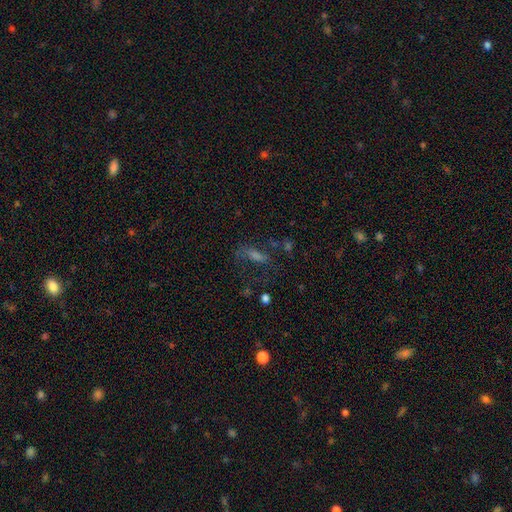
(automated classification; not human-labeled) Q: Smooth or featured?
A: smooth (38%); runner-up: featured or disk (31%)
Q: Merging?
A: none (53%); runner-up: major disturbance (23%)